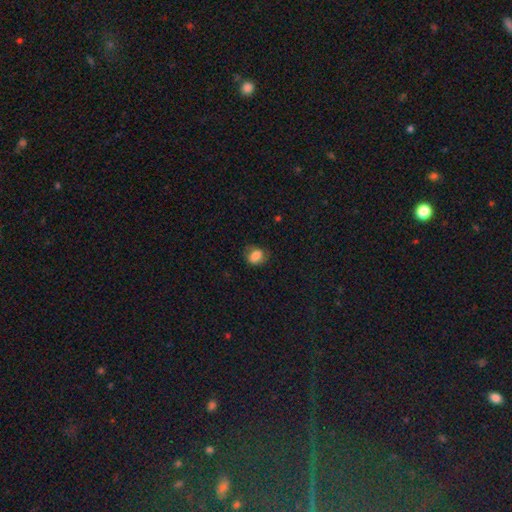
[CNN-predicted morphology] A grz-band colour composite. It shows a smooth galaxy with no disk features (78%) that is in between round and cigar-shaped (54%). Merging: none (70%).